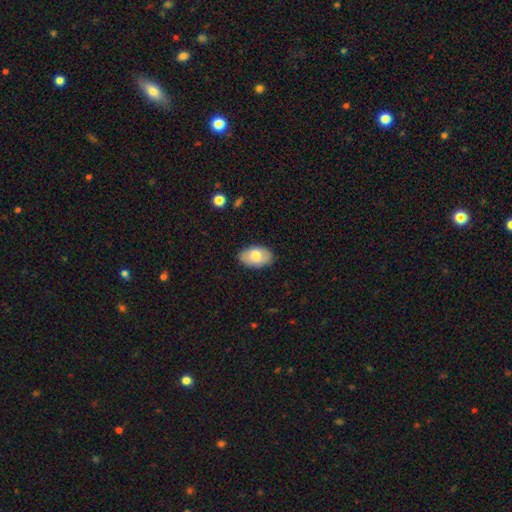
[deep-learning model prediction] Smooth or featured? Predicted: smooth (p=0.75). How rounded? Predicted: in between (p=0.92). Merging? Predicted: none (p=0.83).